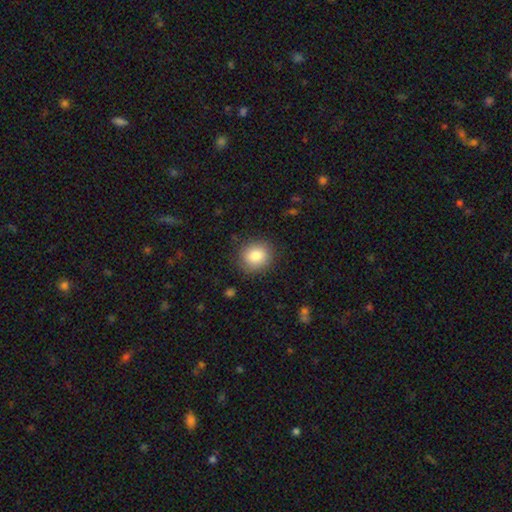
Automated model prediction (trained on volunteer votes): Smooth or featured?
  - smooth: 83% *
  - star or artifact: 9%
  - featured or disk: 8%
How rounded?
  - round: 79% *
  - in between: 20%
  - cigar-shaped: 1%
Merging?
  - none: 86% *
  - minor disturbance: 10%
  - major disturbance: 3%
  - merger: 1%